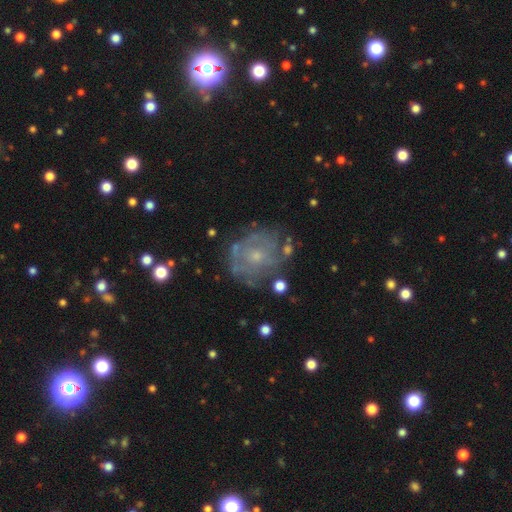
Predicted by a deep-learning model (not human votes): This is likely a featured or disk galaxy (68%). It is clearly not viewed edge-on (97%). Bar: clearly no (82%). Spiral arm pattern: likely yes (60%). Central bulge: likely small (65%). Merging: likely none (67%).